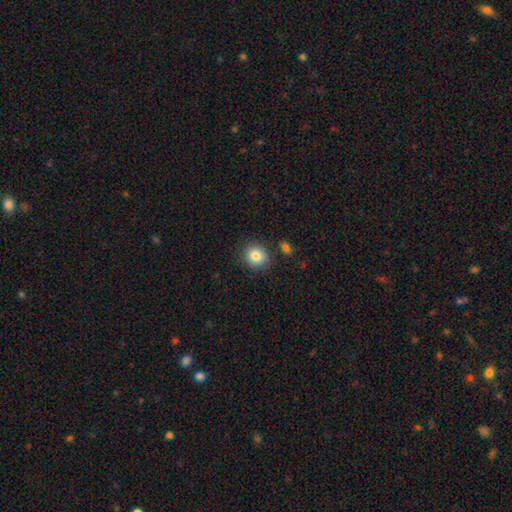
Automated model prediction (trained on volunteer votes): A smooth galaxy with no disk features (84%) that is round (78%).

Vote fractions:
- Smooth or featured? smooth: 84% / star or artifact: 9% / featured or disk: 7%
- How rounded? round: 78% / in between: 22% / cigar-shaped: 1%
- Merging? none: 82% / minor disturbance: 11% / merger: 4% / major disturbance: 3%